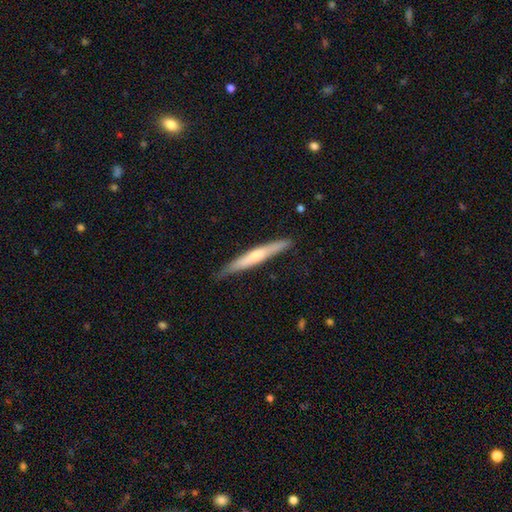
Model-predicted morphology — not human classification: Smooth or featured? Predicted: featured or disk (p=0.48). Merging? Predicted: none (p=0.83).